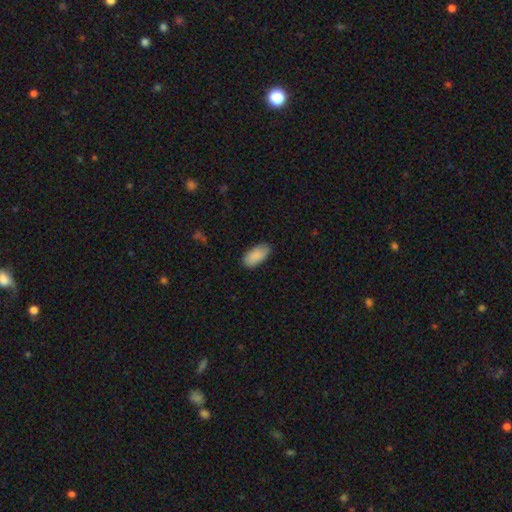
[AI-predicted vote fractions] A smooth galaxy with no disk features (90%) that is in between round and cigar-shaped (94%). Merging: none (83%).